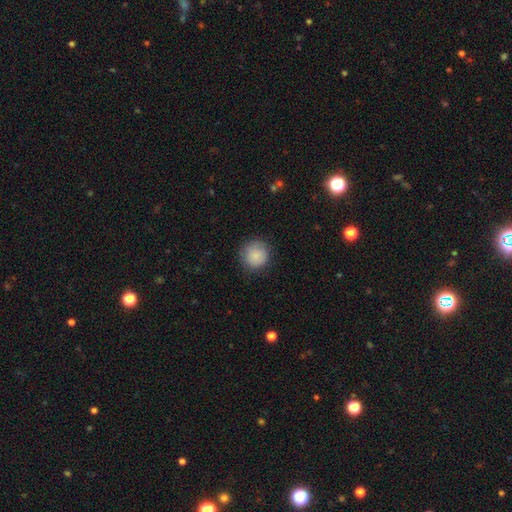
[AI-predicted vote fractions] This appears to be a smooth galaxy with no disk features (87%) that is round (93%). Merging: none (84%).